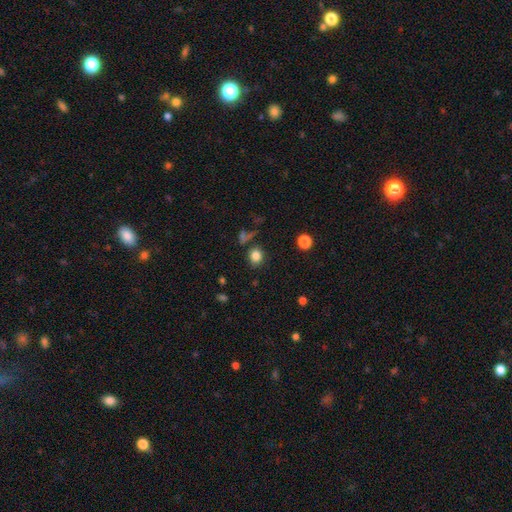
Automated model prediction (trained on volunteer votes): The model was most divided on "how rounded": round: 78%, in between: 21%, cigar-shaped: 1%. More confident: smooth or featured — smooth (83%); merging — none (80%).